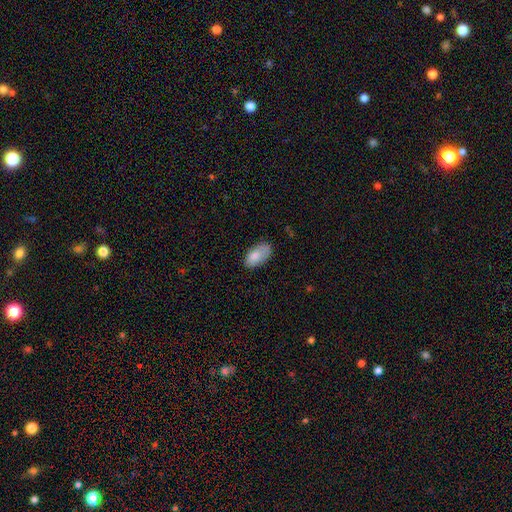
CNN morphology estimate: Smooth or featured? smooth (83%)
How rounded? in between (95%)
Merging? none (67%)